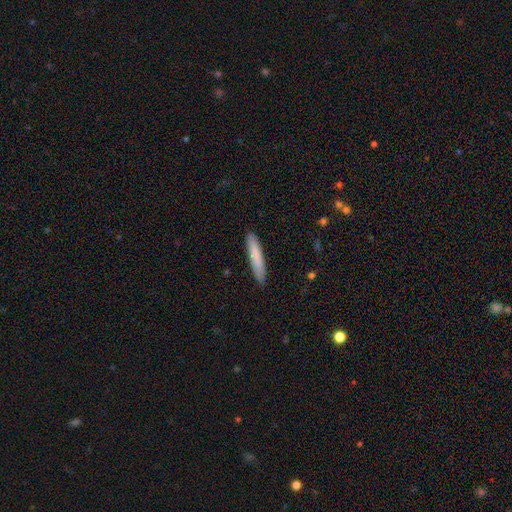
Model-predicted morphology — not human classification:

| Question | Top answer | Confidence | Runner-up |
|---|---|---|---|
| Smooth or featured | smooth | 80% | featured or disk (14%) |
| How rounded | cigar-shaped | 92% | in between (7%) |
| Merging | none | 89% | minor disturbance (8%) |